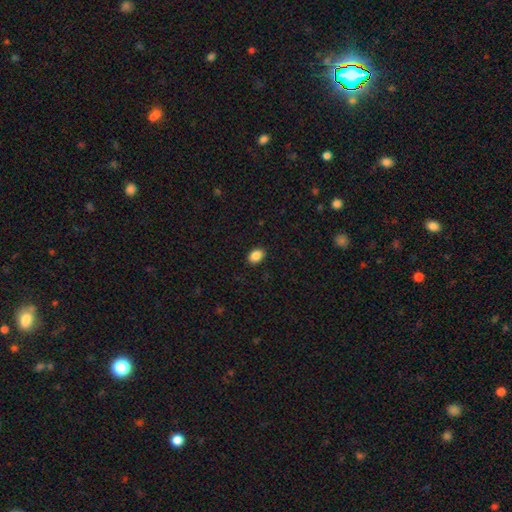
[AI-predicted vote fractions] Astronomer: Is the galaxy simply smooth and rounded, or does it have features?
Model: smooth — 88%.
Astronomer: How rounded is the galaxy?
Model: in between — 80%.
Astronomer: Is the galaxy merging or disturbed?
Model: none — 90%.